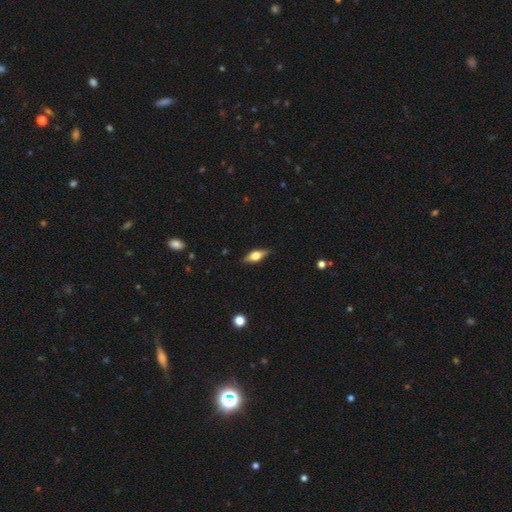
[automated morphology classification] The model was most divided on "smooth or featured": featured or disk: 51%, smooth: 42%, star or artifact: 7%. More confident: edge-on disk — yes (91%); merging — none (87%).